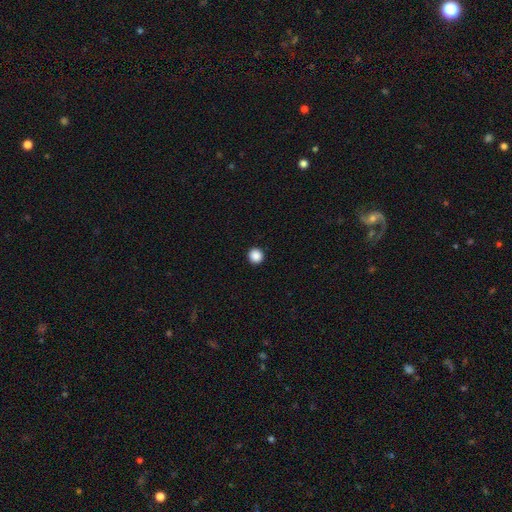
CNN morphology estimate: Smooth or featured? smooth (88%)
How rounded? round (94%)
Merging? none (94%)